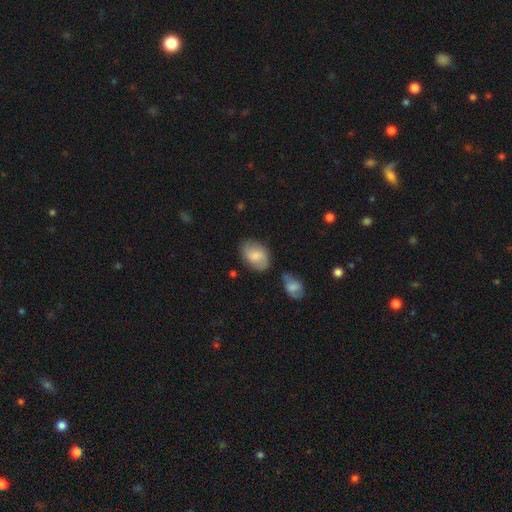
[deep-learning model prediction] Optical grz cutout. It shows a smooth galaxy with no disk features (66%) that is in between round and cigar-shaped (82%). Merging: none (67%).